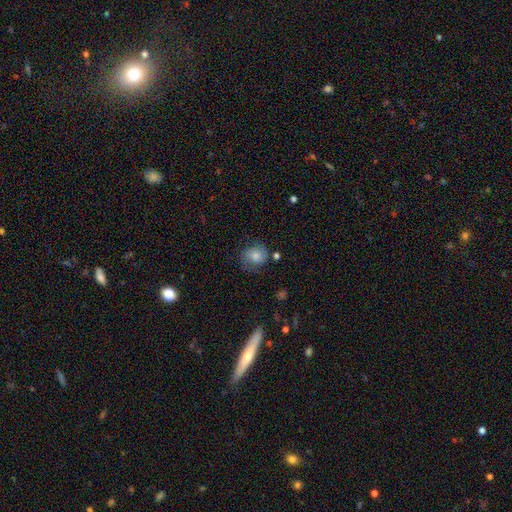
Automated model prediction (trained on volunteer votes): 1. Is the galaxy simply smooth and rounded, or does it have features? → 57% smooth, 33% featured or disk, 10% star or artifact.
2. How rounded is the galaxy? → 74% round, 25% in between, 1% cigar-shaped.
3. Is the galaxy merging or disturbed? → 62% none, 23% minor disturbance, 11% major disturbance, 3% merger.